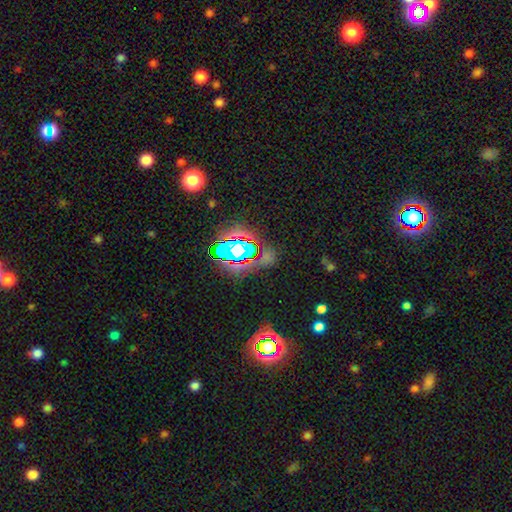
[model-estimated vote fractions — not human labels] star or artifact 79%, smooth 12%, featured or disk 9%.